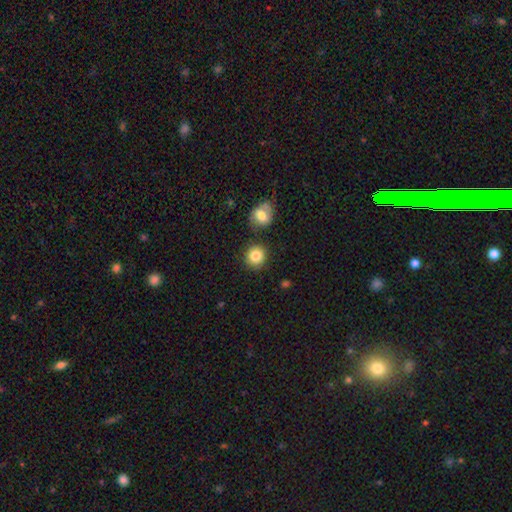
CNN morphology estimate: Q: Smooth or featured?
A: smooth (85%); runner-up: star or artifact (9%)
Q: How rounded?
A: round (88%); runner-up: in between (11%)
Q: Merging?
A: none (80%); runner-up: minor disturbance (9%)